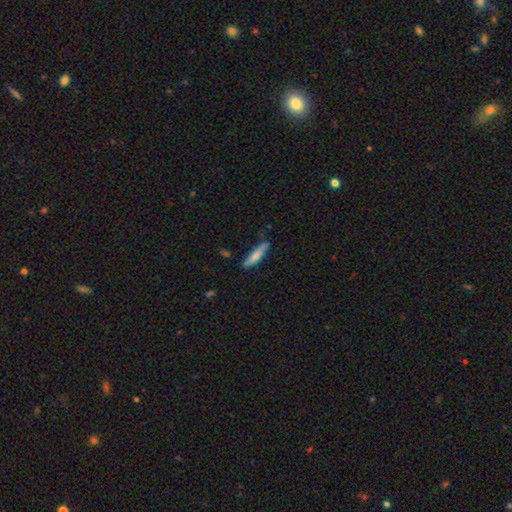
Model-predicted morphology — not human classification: Smooth or featured: smooth — 69% (featured or disk — 25%)
How rounded: cigar-shaped — 85% (in between — 14%)
Merging: none — 76% (minor disturbance — 18%)